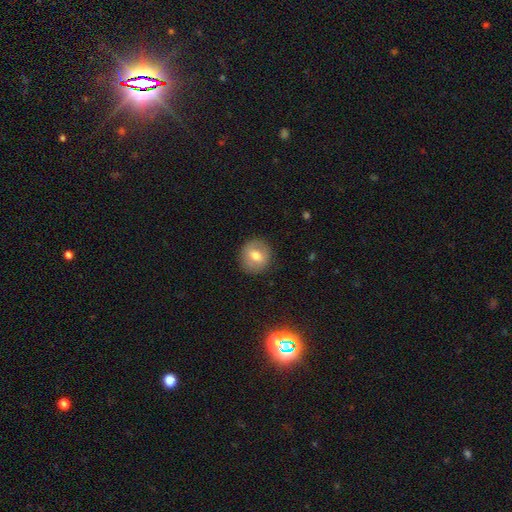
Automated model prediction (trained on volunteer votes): A smooth galaxy with no disk features (65%) that is round (84%). Merging: none (88%).